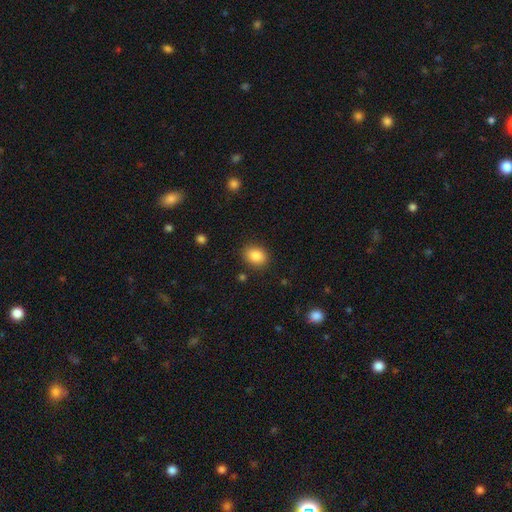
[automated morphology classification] Smooth or featured: smooth — 87% (star or artifact — 9%)
How rounded: in between — 60% (round — 39%)
Merging: none — 86% (minor disturbance — 10%)